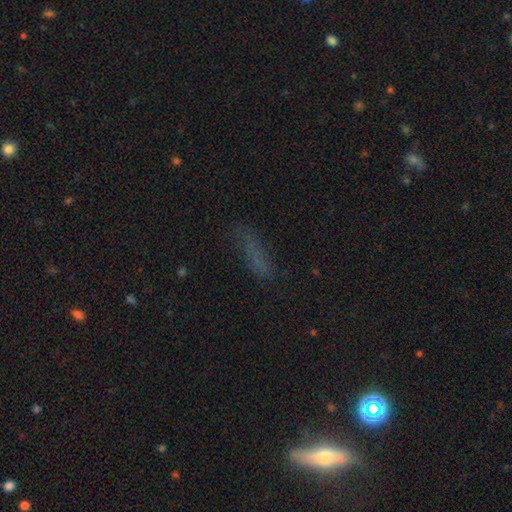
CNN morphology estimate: A smooth galaxy with no disk features (56%) that is cigar-shaped (63%). Merging: none (68%).